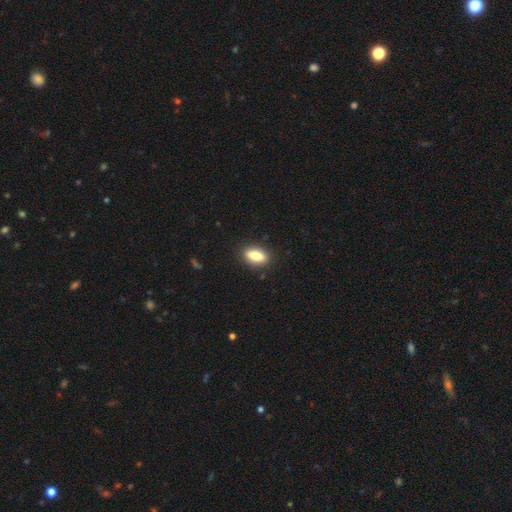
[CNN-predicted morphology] smooth 83%, featured or disk 10%, star or artifact 7%. Down the decision tree: how rounded — in between (79%); merging — none (88%).